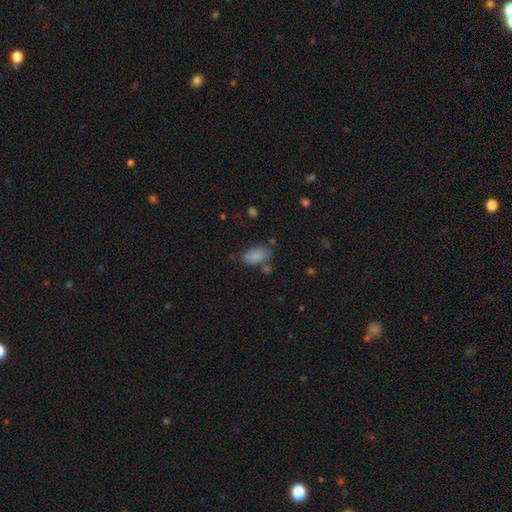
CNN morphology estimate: A smooth galaxy with no disk features (85%) that is in between round and cigar-shaped (92%). Merging: none (65%).